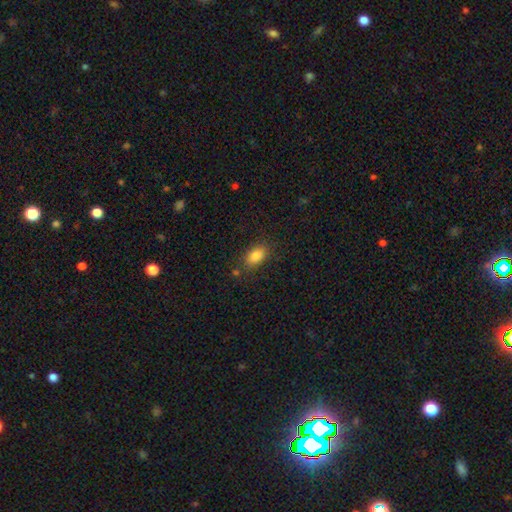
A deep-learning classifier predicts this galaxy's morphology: Smooth or featured? smooth (85%)
How rounded? in between (88%)
Merging? none (80%)